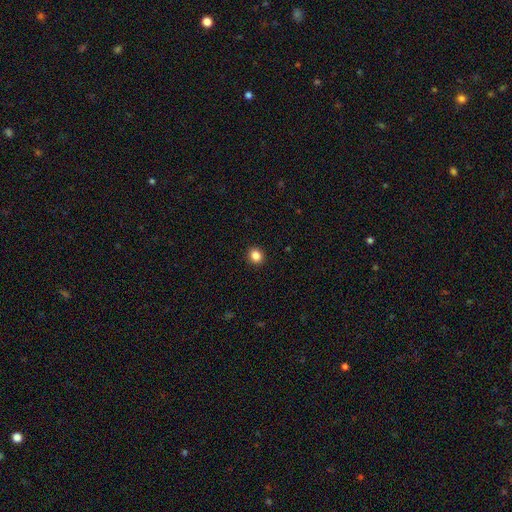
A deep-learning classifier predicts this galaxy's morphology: Smooth or featured? smooth (86%)
How rounded? round (82%)
Merging? none (92%)